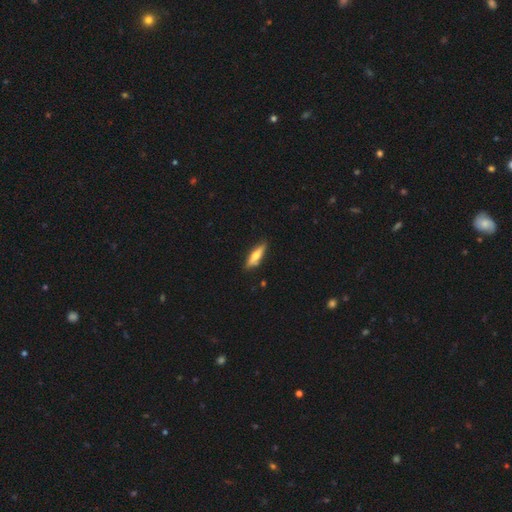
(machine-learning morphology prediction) smooth 60%, featured or disk 34%, star or artifact 6%. Down the decision tree: how rounded — cigar-shaped (60%); merging — none (82%).